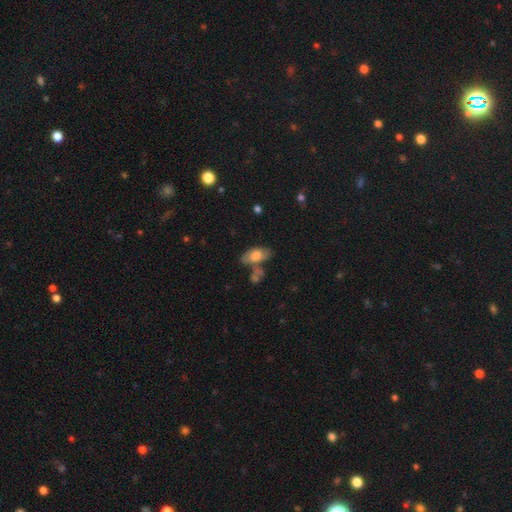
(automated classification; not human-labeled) This appears to be a smooth galaxy with no disk features (66%) that is in between round and cigar-shaped (91%). Merging: none (47%).